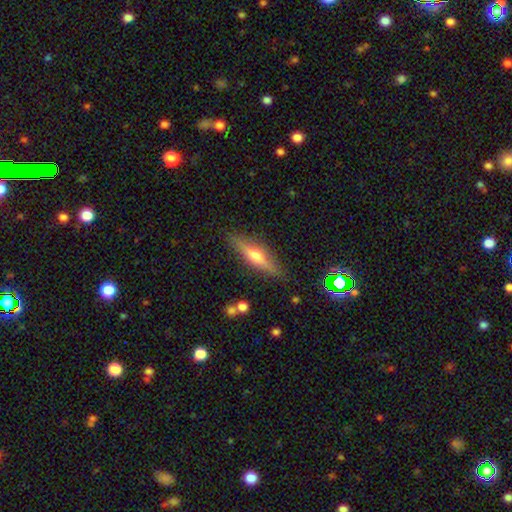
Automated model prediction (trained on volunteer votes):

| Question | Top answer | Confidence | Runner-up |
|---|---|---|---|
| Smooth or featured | featured or disk | 60% | smooth (32%) |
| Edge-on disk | yes | 94% | no (6%) |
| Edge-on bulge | rounded | 88% | none (6%) |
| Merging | none | 86% | minor disturbance (10%) |